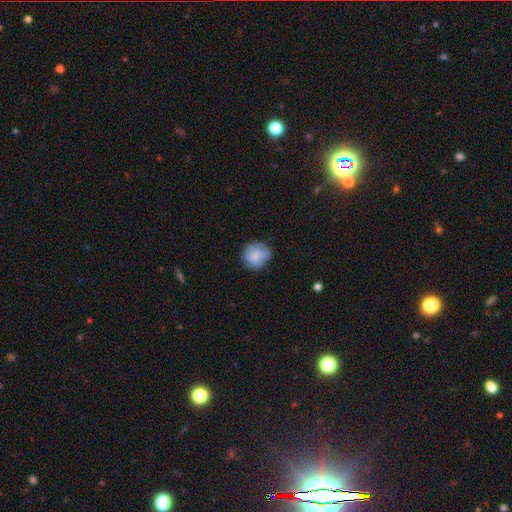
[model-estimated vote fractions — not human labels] Smooth or featured? smooth (69%)
How rounded? round (82%)
Merging? none (69%)